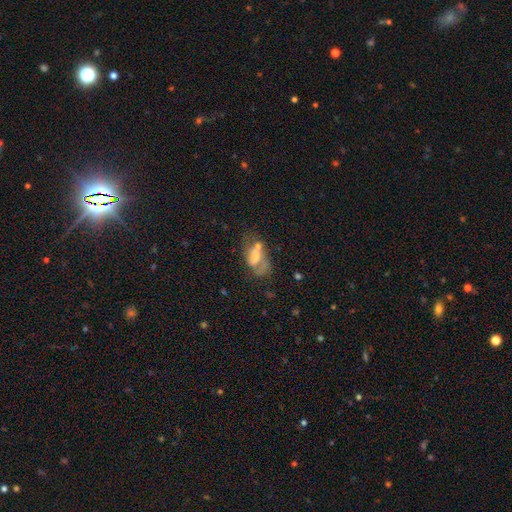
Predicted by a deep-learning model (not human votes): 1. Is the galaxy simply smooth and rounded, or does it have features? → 50% featured or disk, 39% smooth, 11% star or artifact.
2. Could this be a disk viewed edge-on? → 95% no, 5% yes.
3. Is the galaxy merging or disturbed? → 32% major disturbance, 27% none, 21% merger, 20% minor disturbance.